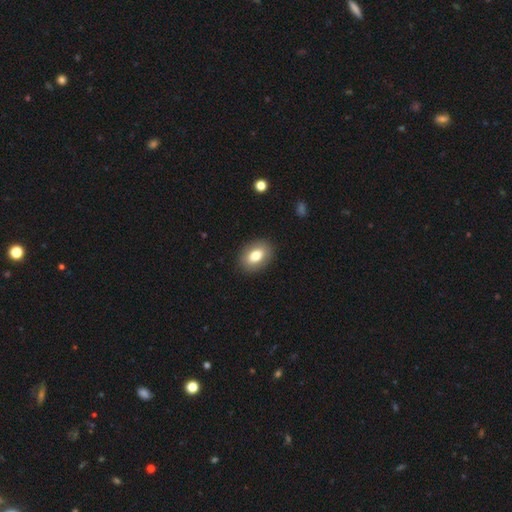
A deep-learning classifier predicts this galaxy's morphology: smooth_or_featured: smooth (p=0.79) [alt: featured or disk p=0.13]
how_rounded: in between (p=0.80) [alt: round p=0.19]
merging: none (p=0.88) [alt: minor disturbance p=0.08]